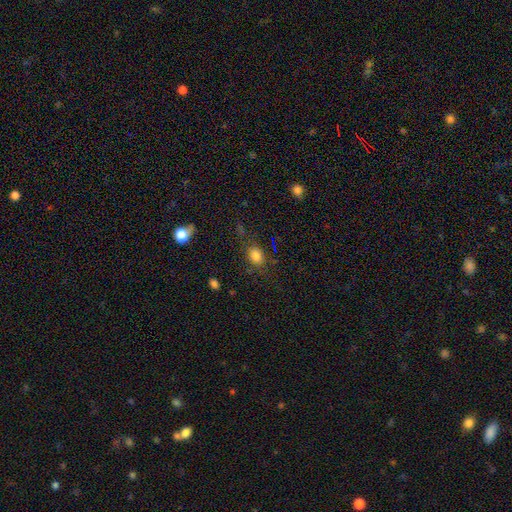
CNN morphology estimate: This appears to be a smooth galaxy with no disk features (79%) that is in between round and cigar-shaped (62%). Merging: none (75%).